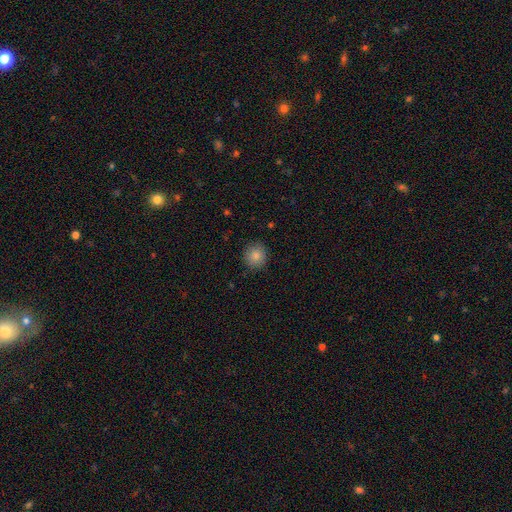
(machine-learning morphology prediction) smooth 84%, star or artifact 10%, featured or disk 6%. Down the decision tree: how rounded — round (90%); merging — none (89%).